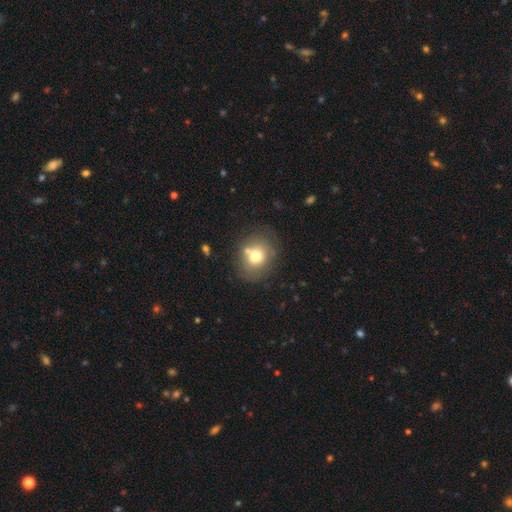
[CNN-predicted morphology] smooth_or_featured: smooth (p=0.69) [alt: featured or disk p=0.21]
how_rounded: round (p=0.66) [alt: in between p=0.33]
merging: none (p=0.61) [alt: minor disturbance p=0.17]